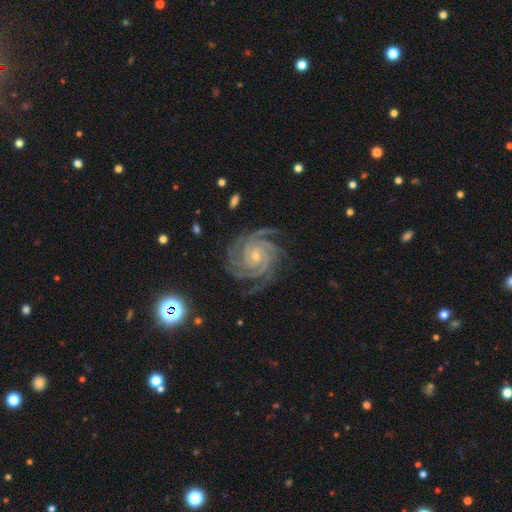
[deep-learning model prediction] Overall: featured or disk (92%). Edge-on disk: no (98%). Bar: no (66%). Spiral arms: yes (99%). Spiral arm count: 4 (36%; 3 27%). Spiral winding: tight (79%). Bulge size: small (74%). Merging: none (80%).